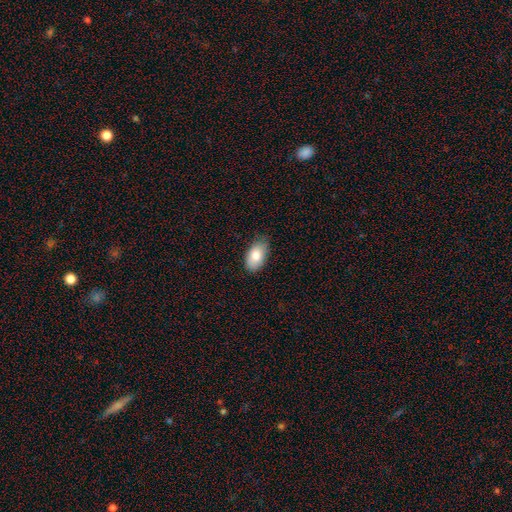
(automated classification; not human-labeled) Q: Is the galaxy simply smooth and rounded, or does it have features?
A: smooth — 81%.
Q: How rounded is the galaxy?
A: in between — 94%.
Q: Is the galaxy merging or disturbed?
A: none — 73%.